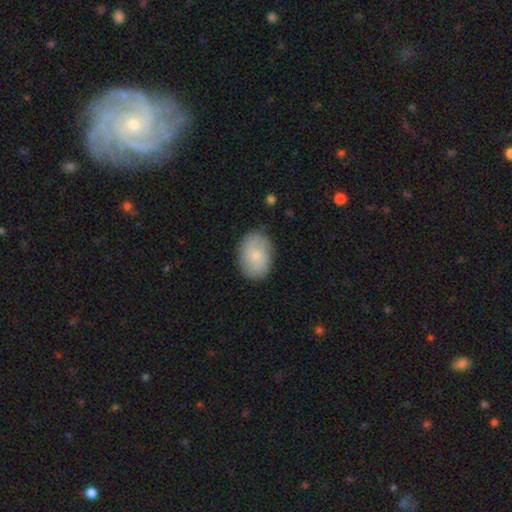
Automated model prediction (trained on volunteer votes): A smooth galaxy with no disk features (70%) that is in between round and cigar-shaped (75%). Merging: none (84%).